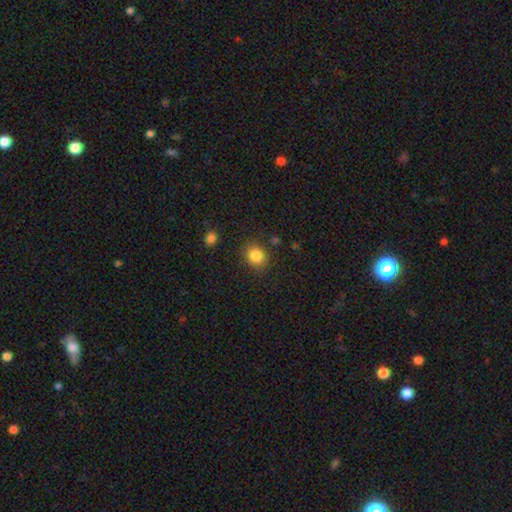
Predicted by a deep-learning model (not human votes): smooth-or-featured: smooth: 85% | star or artifact: 10% | featured or disk: 5%
  how-rounded: round: 74% | in between: 25% | cigar-shaped: 1%
  merging: none: 84% | minor disturbance: 10% | major disturbance: 3% | merger: 3%